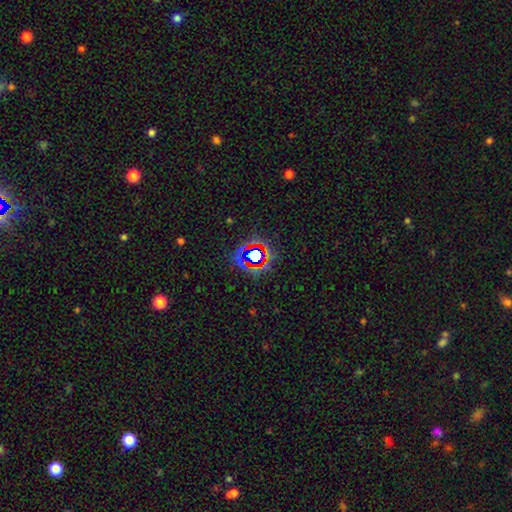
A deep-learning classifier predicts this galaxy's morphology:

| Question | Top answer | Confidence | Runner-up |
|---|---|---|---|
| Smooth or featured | star or artifact | 70% | smooth (18%) |